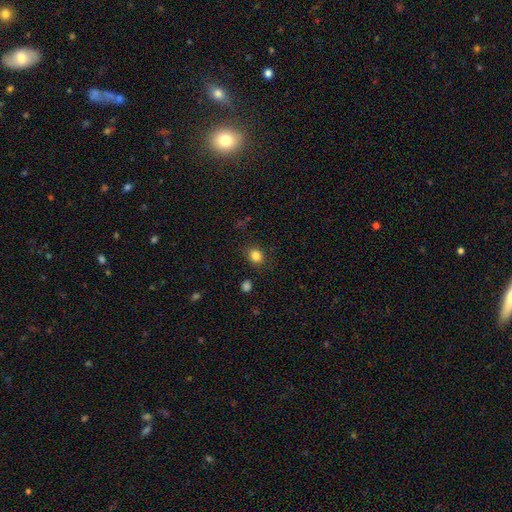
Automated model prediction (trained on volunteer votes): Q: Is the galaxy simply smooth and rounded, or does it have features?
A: smooth — 84%.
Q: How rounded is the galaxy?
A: round — 66%.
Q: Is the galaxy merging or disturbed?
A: none — 85%.